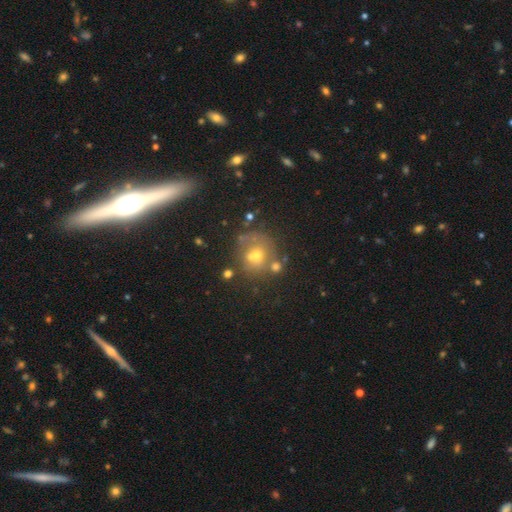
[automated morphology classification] type=smooth (45%); merging=none (50%).